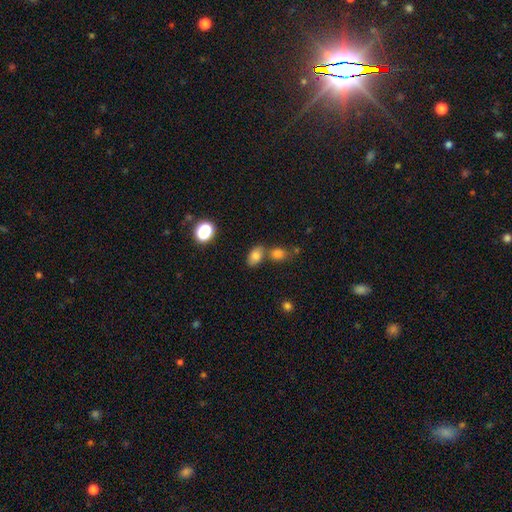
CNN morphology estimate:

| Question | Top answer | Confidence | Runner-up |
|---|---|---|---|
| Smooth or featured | smooth | 79% | star or artifact (12%) |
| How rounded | in between | 85% | round (14%) |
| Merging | none | 55% | merger (29%) |